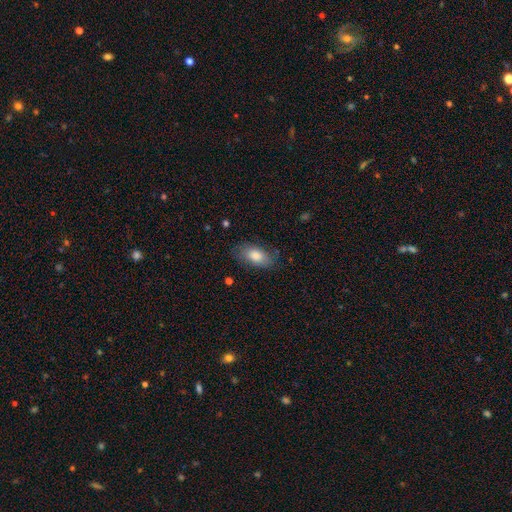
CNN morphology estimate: Smooth or featured? smooth (81%)
How rounded? in between (91%)
Merging? none (77%)